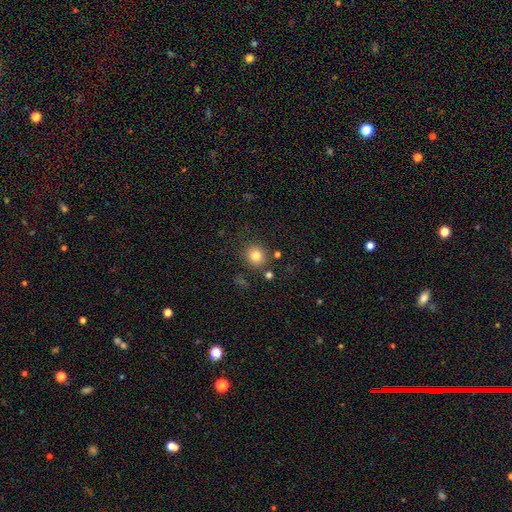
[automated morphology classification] Q: Smooth or featured?
A: smooth (81%); runner-up: star or artifact (12%)
Q: How rounded?
A: round (87%); runner-up: in between (12%)
Q: Merging?
A: none (85%); runner-up: minor disturbance (8%)